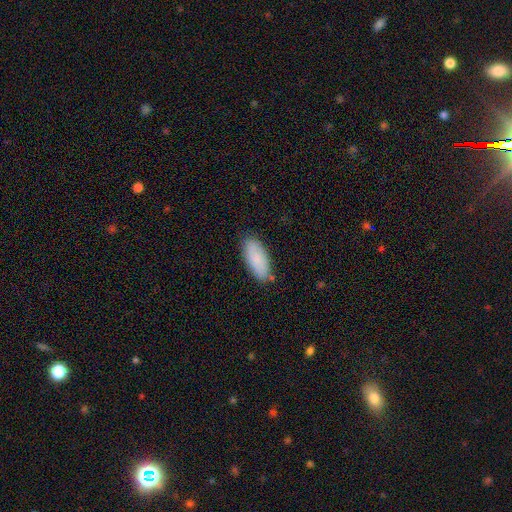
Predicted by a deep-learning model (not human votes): Overall: smooth (87%). How rounded: in between (84%). Merging: none (82%).